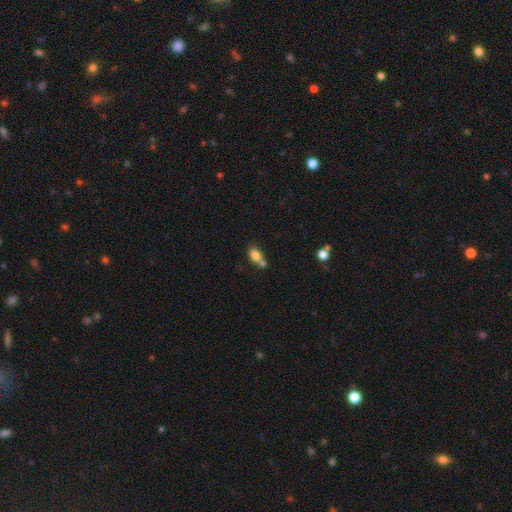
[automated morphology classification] This is likely a smooth galaxy (80%). How rounded: likely in between (71%). Merging: marginally merger (43%).